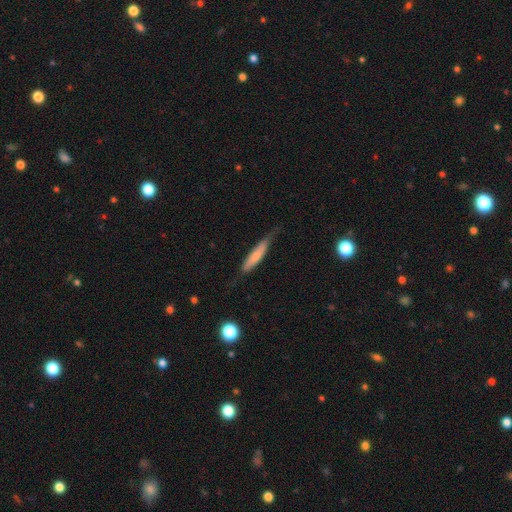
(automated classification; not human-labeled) Smooth or featured? Predicted: smooth (p=0.65). How rounded? Predicted: cigar-shaped (p=0.84). Merging? Predicted: none (p=0.61).